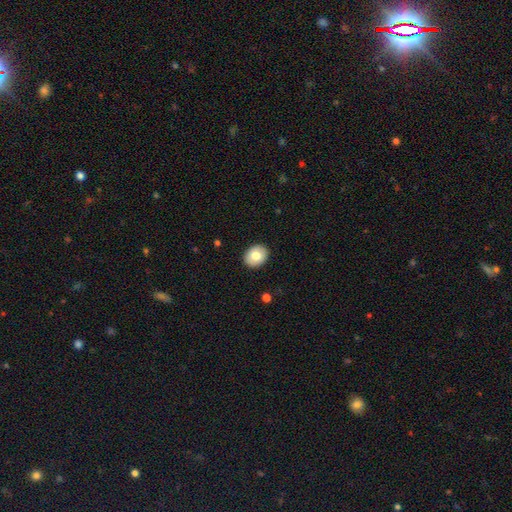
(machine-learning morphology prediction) This appears to be a smooth galaxy with no disk features (77%) that is in between round and cigar-shaped (52%). Merging: none (90%).